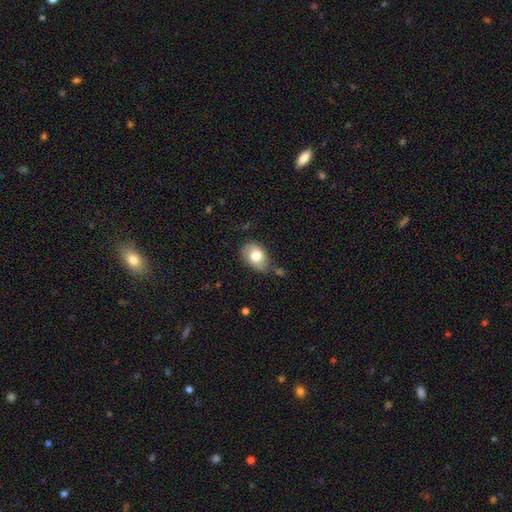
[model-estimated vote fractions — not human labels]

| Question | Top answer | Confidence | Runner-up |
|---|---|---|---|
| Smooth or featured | smooth | 74% | featured or disk (19%) |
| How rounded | in between | 80% | round (18%) |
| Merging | none | 52% | minor disturbance (33%) |